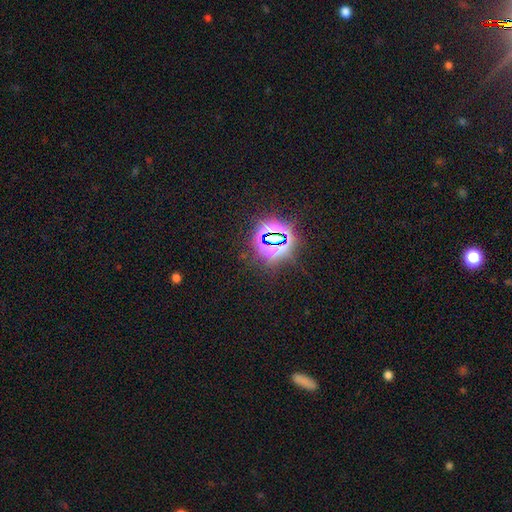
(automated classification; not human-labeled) This appears to be a star or artifact, not a galaxy (83%).